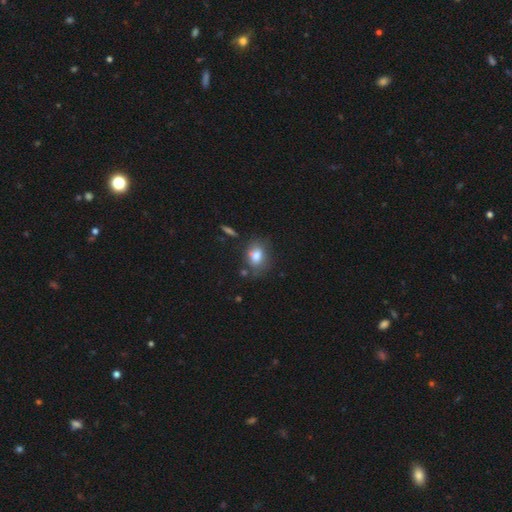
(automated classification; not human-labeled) The model was most divided on "how rounded": in between: 66%, round: 33%, cigar-shaped: 2%. More confident: smooth or featured — smooth (80%); merging — none (68%).